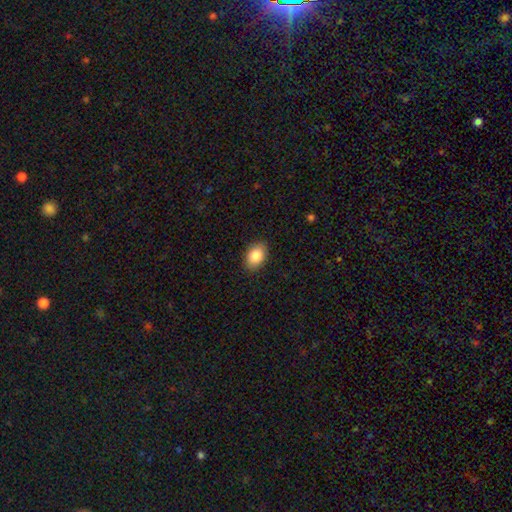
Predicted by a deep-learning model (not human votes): Smooth or featured: smooth — 86% (star or artifact — 7%)
How rounded: in between — 84% (round — 15%)
Merging: none — 88% (minor disturbance — 9%)